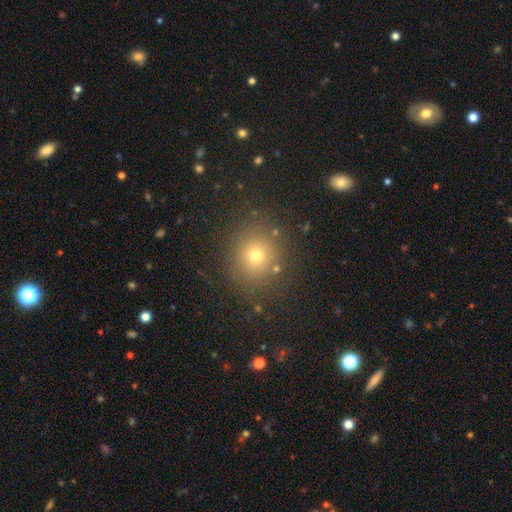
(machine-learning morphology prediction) This is likely a smooth galaxy (71%). How rounded: clearly round (87%). Merging: clearly none (85%).